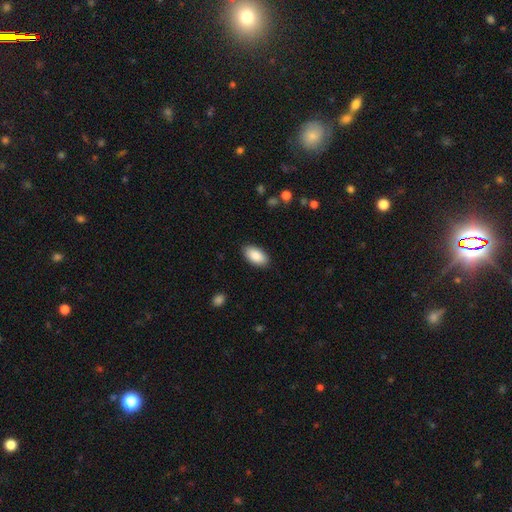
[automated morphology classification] Q: Smooth or featured?
A: smooth (89%); runner-up: star or artifact (6%)
Q: How rounded?
A: in between (95%); runner-up: round (3%)
Q: Merging?
A: none (88%); runner-up: minor disturbance (9%)